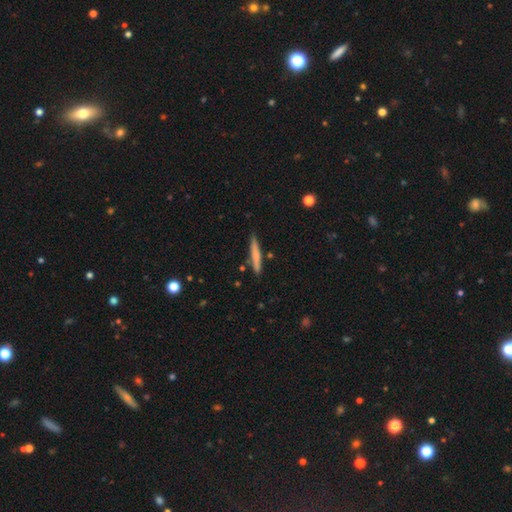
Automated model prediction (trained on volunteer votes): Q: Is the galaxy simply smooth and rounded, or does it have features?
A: smooth — 67%.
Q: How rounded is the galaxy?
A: cigar-shaped — 95%.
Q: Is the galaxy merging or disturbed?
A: none — 86%.